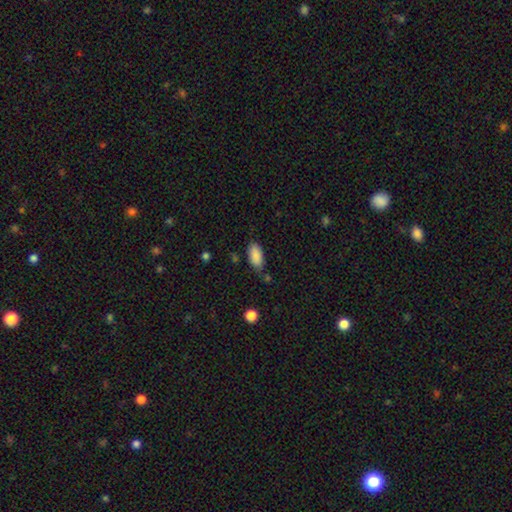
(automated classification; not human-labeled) smooth 88%, star or artifact 7%, featured or disk 5%. Down the decision tree: how rounded — in between (93%); merging — none (66%).